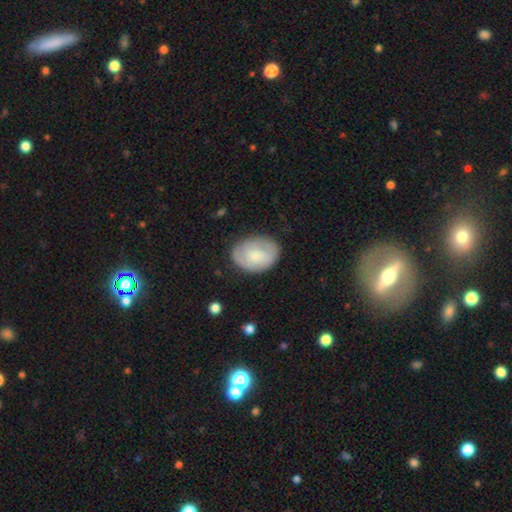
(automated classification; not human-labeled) A smooth galaxy with no disk features (59%) that is in between round and cigar-shaped (70%). Merging: none (75%).